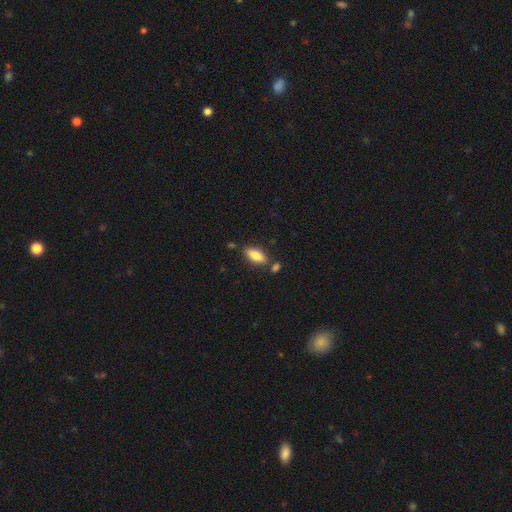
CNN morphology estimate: A smooth galaxy with no disk features (83%) that is in between round and cigar-shaped (81%). Merging: none (73%).